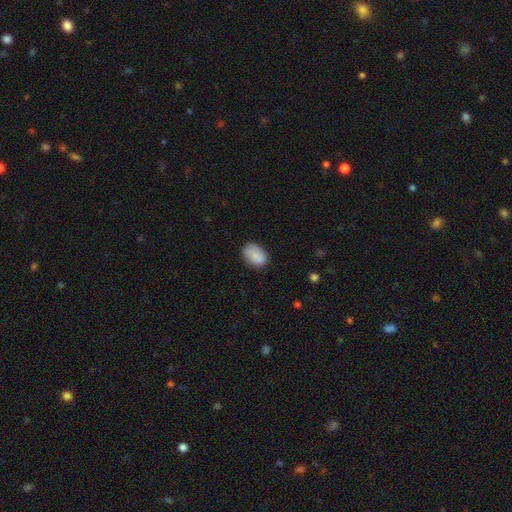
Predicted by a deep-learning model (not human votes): Overall: smooth (86%). How rounded: in between (87%). Merging: none (79%).